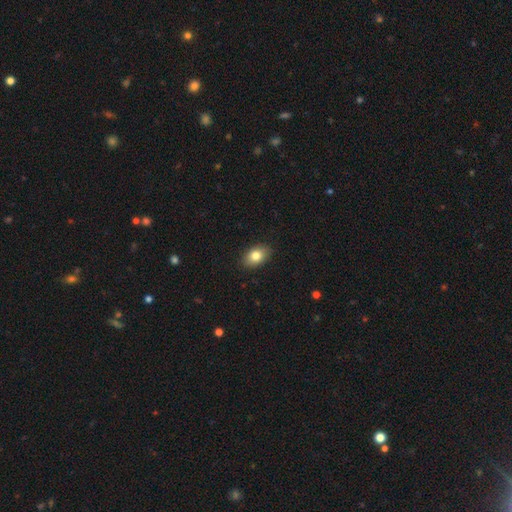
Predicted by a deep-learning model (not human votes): smooth 82%, featured or disk 10%, star or artifact 8%. Down the decision tree: how rounded — in between (85%); merging — none (89%).